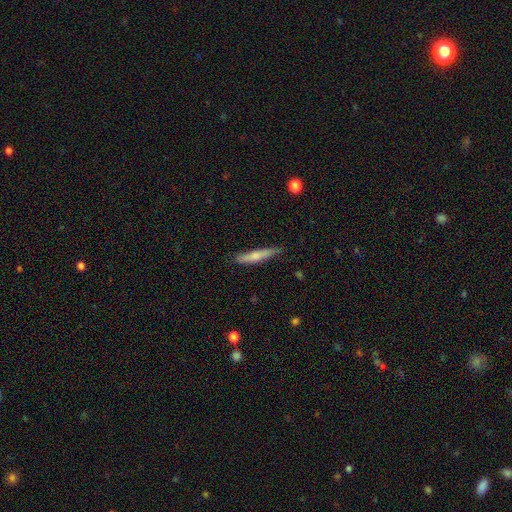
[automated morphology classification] Q: Smooth or featured?
A: smooth (63%); runner-up: featured or disk (31%)
Q: How rounded?
A: cigar-shaped (92%); runner-up: in between (7%)
Q: Merging?
A: none (81%); runner-up: minor disturbance (15%)